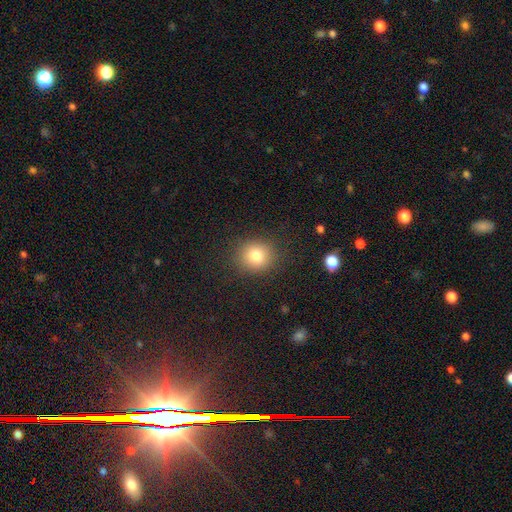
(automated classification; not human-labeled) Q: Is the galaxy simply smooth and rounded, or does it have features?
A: smooth — 80%.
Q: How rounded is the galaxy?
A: round — 81%.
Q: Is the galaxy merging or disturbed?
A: none — 87%.